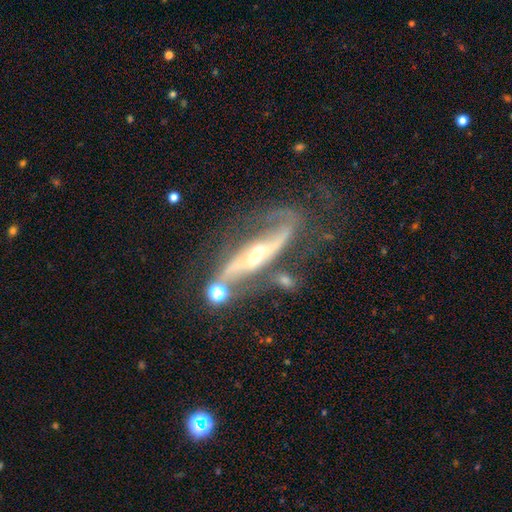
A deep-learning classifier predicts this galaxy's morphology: Smooth or featured: featured or disk — 86% (smooth — 7%)
Edge-on disk: no — 77% (yes — 23%)
Bar: strong — 48% (weak — 28%)
Spiral arms: yes — 92% (no — 8%)
Spiral winding: loose — 49% (medium — 37%)
Spiral arm count: 2 — 84% (can't tell — 7%)
Bulge size: moderate — 49% (small — 42%)
Merging: none — 48% (major disturbance — 19%)